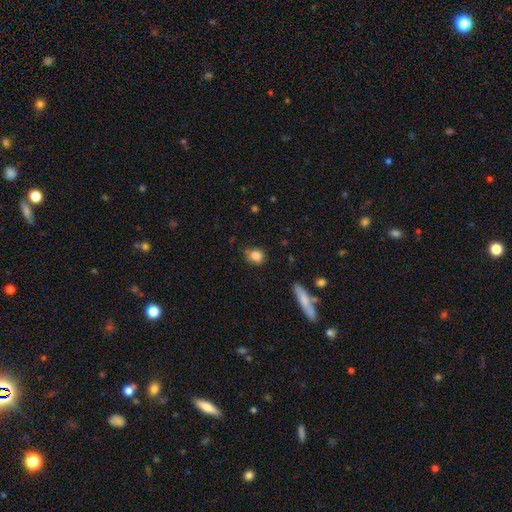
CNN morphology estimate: This appears to be a smooth galaxy with no disk features (84%) that is round (64%). Merging: none (73%).